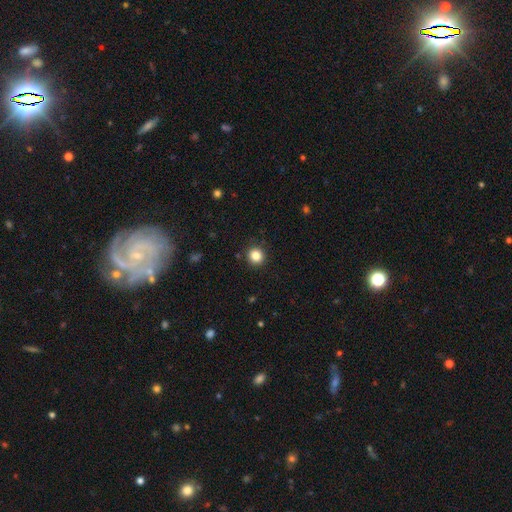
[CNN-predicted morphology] Smooth or featured? Predicted: smooth (p=0.84). How rounded? Predicted: round (p=0.92). Merging? Predicted: none (p=0.91).